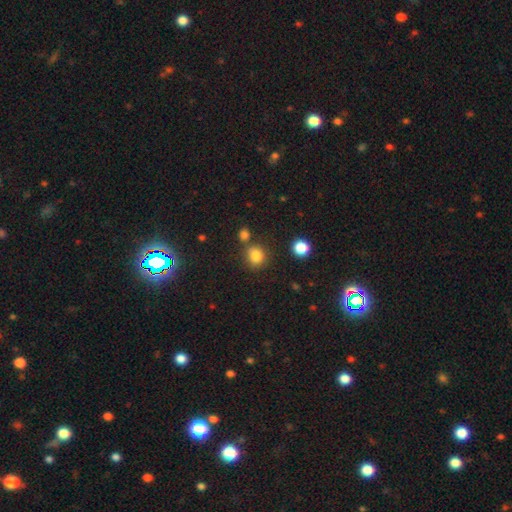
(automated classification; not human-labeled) Smooth or featured?
  - smooth: 82% *
  - star or artifact: 13%
  - featured or disk: 5%
How rounded?
  - round: 73% *
  - in between: 26%
  - cigar-shaped: 1%
Merging?
  - none: 73% *
  - merger: 12%
  - minor disturbance: 12%
  - major disturbance: 4%